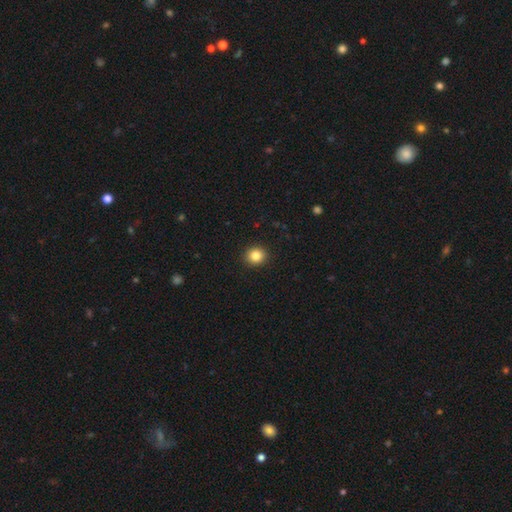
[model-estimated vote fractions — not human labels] A smooth galaxy with no disk features (84%) that is round (85%). Merging: none (92%).